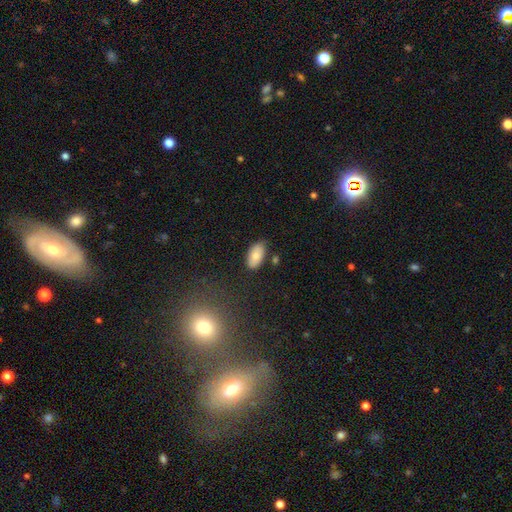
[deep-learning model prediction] This is clearly a smooth galaxy (81%). How rounded: clearly in between (95%). Merging: likely none (77%).